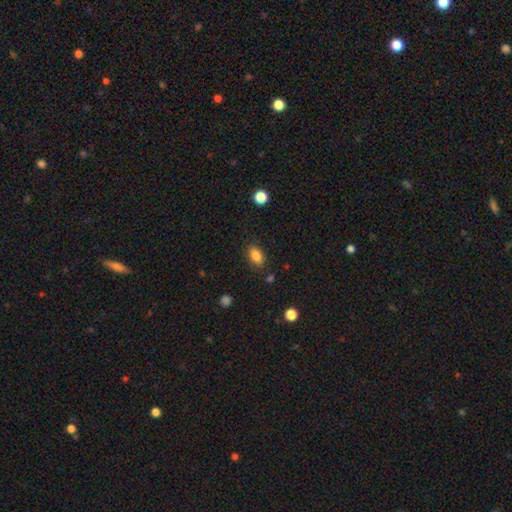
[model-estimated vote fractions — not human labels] smooth_or_featured: smooth (p=0.85) [alt: star or artifact p=0.09]
how_rounded: in between (p=0.85) [alt: round p=0.13]
merging: none (p=0.82) [alt: minor disturbance p=0.12]